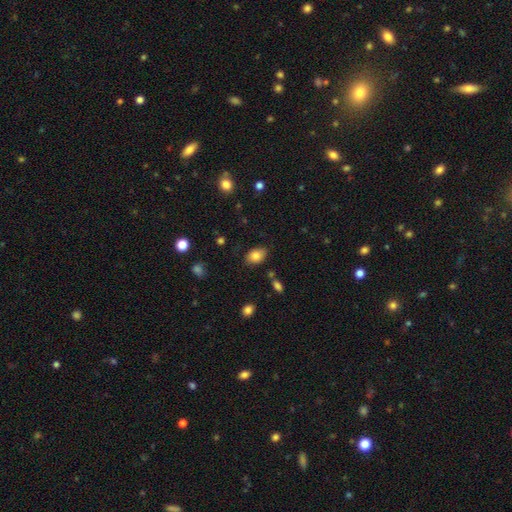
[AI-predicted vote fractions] A smooth galaxy with no disk features (83%) that is in between round and cigar-shaped (82%).

Vote fractions:
- Smooth or featured? smooth: 83% / star or artifact: 9% / featured or disk: 9%
- How rounded? in between: 82% / round: 17% / cigar-shaped: 1%
- Merging? none: 81% / minor disturbance: 13% / major disturbance: 3% / merger: 3%